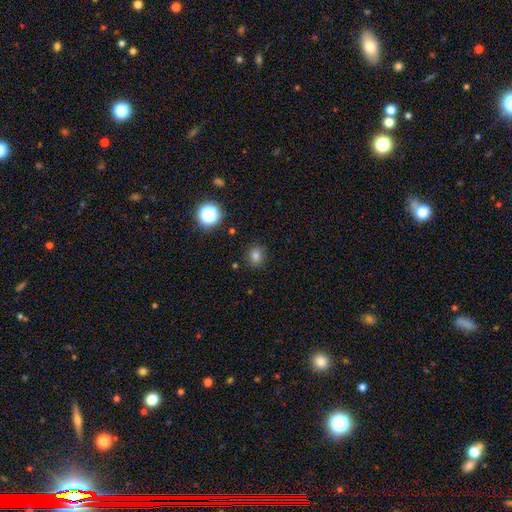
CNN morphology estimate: Smooth or featured?
  - smooth: 77% *
  - star or artifact: 17%
  - featured or disk: 6%
How rounded?
  - round: 77% *
  - in between: 22%
  - cigar-shaped: 1%
Merging?
  - none: 87% *
  - minor disturbance: 8%
  - major disturbance: 2%
  - merger: 2%